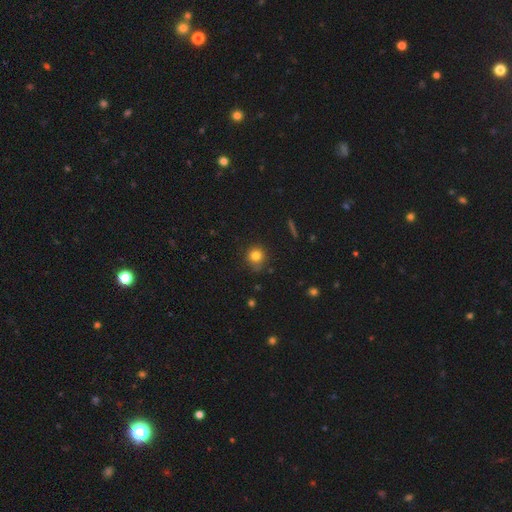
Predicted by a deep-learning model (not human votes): Overall: smooth (82%). How rounded: round (88%). Merging: none (74%).